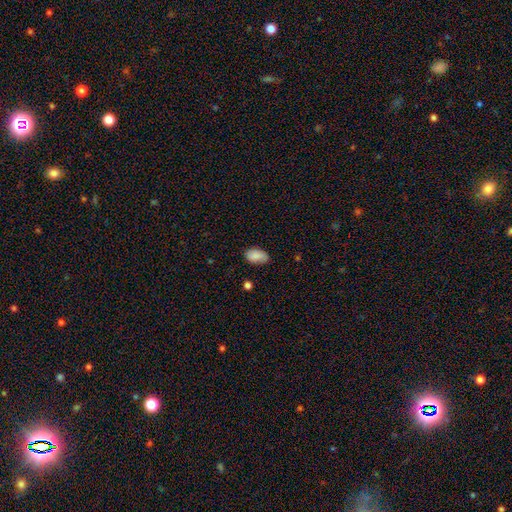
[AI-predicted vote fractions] Q: Smooth or featured?
A: smooth (85%); runner-up: star or artifact (8%)
Q: How rounded?
A: in between (92%); runner-up: round (6%)
Q: Merging?
A: none (69%); runner-up: minor disturbance (24%)